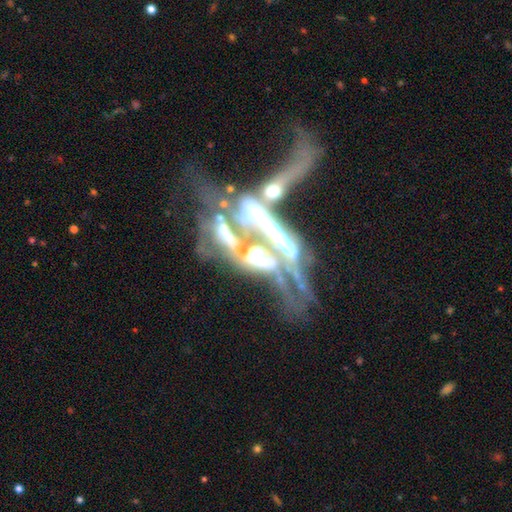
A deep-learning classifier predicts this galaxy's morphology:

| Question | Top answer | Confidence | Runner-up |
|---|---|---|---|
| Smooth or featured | featured or disk | 66% | star or artifact (23%) |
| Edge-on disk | no | 77% | yes (23%) |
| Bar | no | 67% | strong (23%) |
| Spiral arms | no | 83% | yes (17%) |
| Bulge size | none | 52% | moderate (20%) |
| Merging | merger | 56% | major disturbance (26%) |